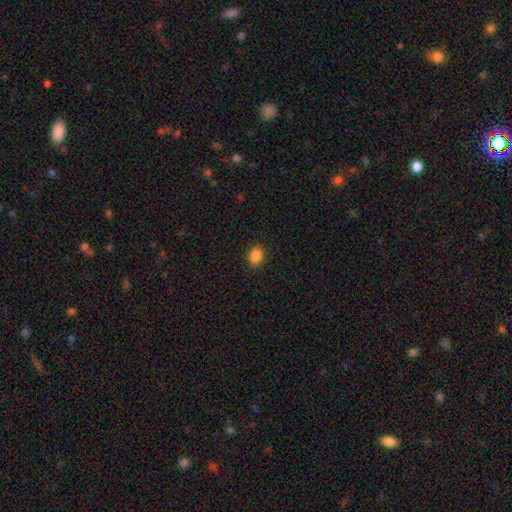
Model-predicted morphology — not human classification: smooth 87%, star or artifact 9%, featured or disk 4%. Down the decision tree: how rounded — in between (72%); merging — none (89%).